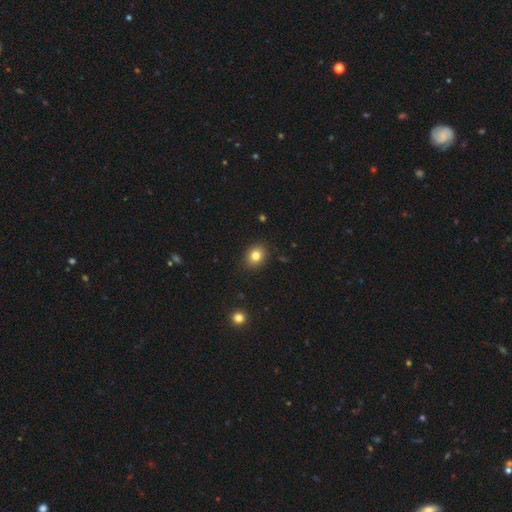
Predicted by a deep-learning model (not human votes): This is clearly a smooth galaxy (82%). How rounded: possibly round (56%). Merging: clearly none (89%).